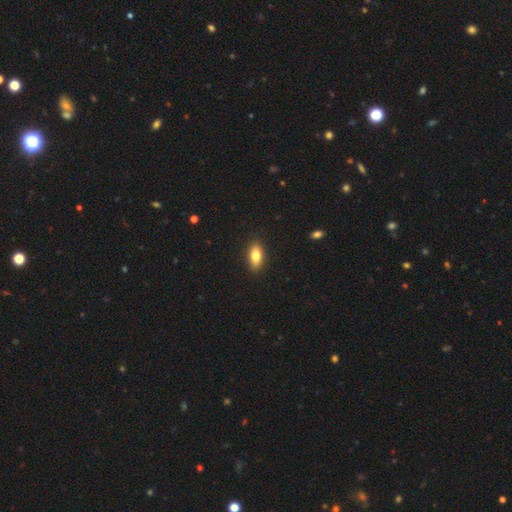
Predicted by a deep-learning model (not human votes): A smooth galaxy with no disk features (79%) that is in between round and cigar-shaped (85%).

Vote fractions:
- Smooth or featured? smooth: 79% / featured or disk: 14% / star or artifact: 7%
- How rounded? in between: 85% / cigar-shaped: 11% / round: 4%
- Merging? none: 90% / minor disturbance: 7% / major disturbance: 2% / merger: 1%